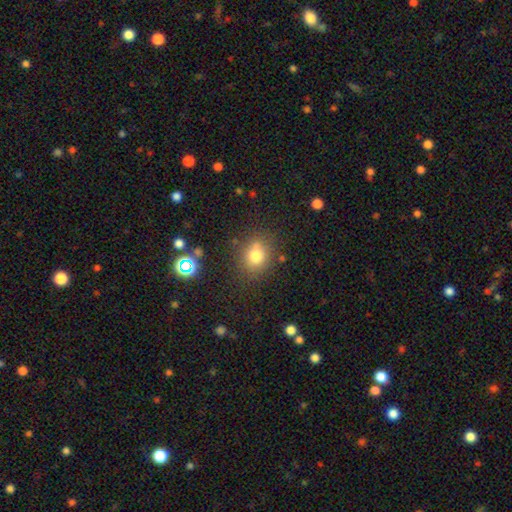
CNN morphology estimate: smooth-or-featured: smooth: 75% | star or artifact: 15% | featured or disk: 10%
  how-rounded: round: 68% | in between: 31% | cigar-shaped: 1%
  merging: none: 75% | minor disturbance: 14% | merger: 6% | major disturbance: 5%